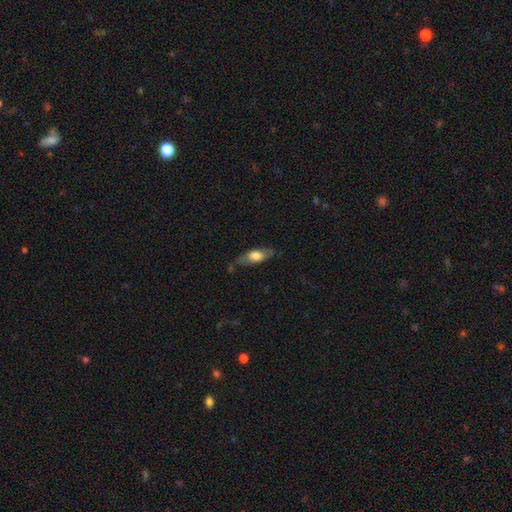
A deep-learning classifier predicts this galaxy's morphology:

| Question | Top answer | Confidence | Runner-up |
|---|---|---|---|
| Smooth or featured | smooth | 62% | featured or disk (32%) |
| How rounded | in between | 69% | cigar-shaped (27%) |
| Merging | none | 60% | minor disturbance (26%) |